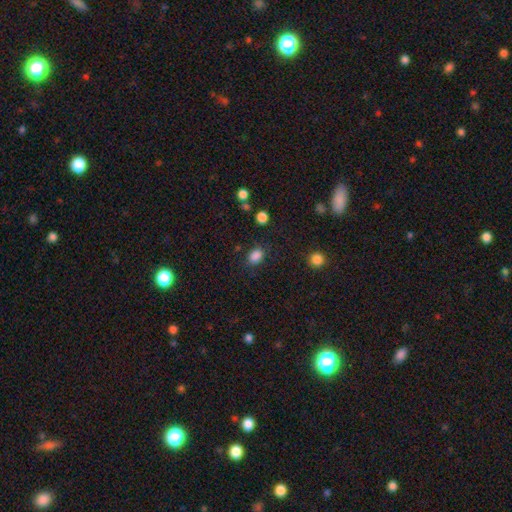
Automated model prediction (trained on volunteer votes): Morphology: type=smooth (85%); roundness=in between (68%); merging=none (79%).